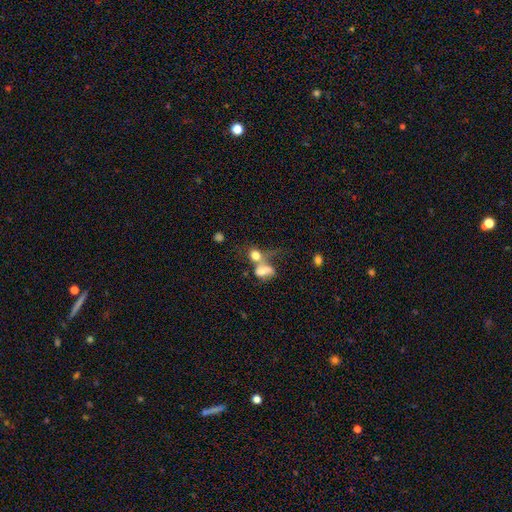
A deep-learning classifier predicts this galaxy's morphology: type=smooth (67%); roundness=round (57%); merging=merger (57%).